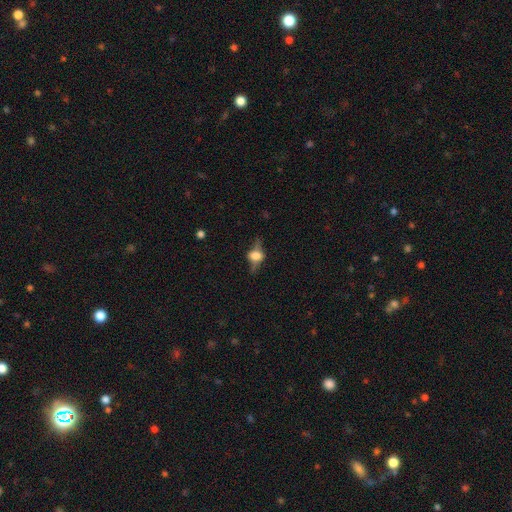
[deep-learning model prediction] Smooth or featured? Predicted: featured or disk (p=0.60). Edge-on disk? Predicted: yes (p=0.88). Edge-on bulge? Predicted: rounded (p=0.90). Merging? Predicted: none (p=0.66).